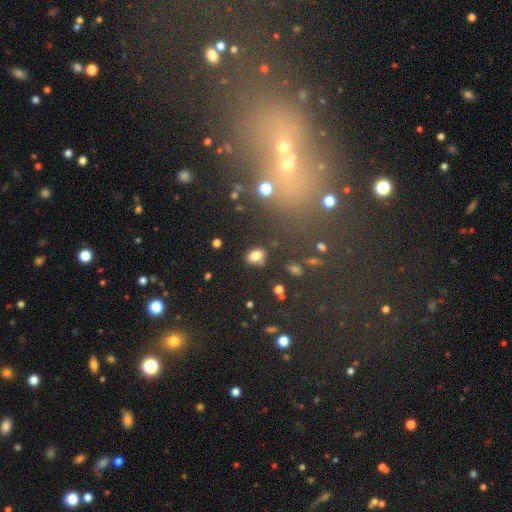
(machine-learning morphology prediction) Overall: smooth (79%). How rounded: in between (79%). Merging: none (73%).